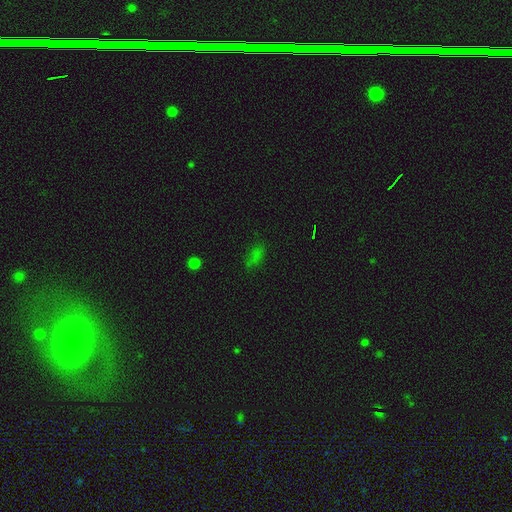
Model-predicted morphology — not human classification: A smooth galaxy with no disk features (62%) that is in between round and cigar-shaped (79%). Merging: none (67%).